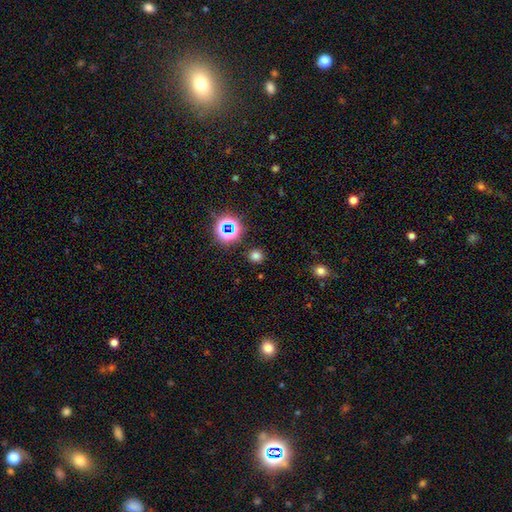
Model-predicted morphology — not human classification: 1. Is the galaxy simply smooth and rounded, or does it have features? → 71% smooth, 23% star or artifact, 5% featured or disk.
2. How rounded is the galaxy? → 90% round, 9% in between, 1% cigar-shaped.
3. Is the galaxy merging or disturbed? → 89% none, 6% minor disturbance, 3% major disturbance, 2% merger.